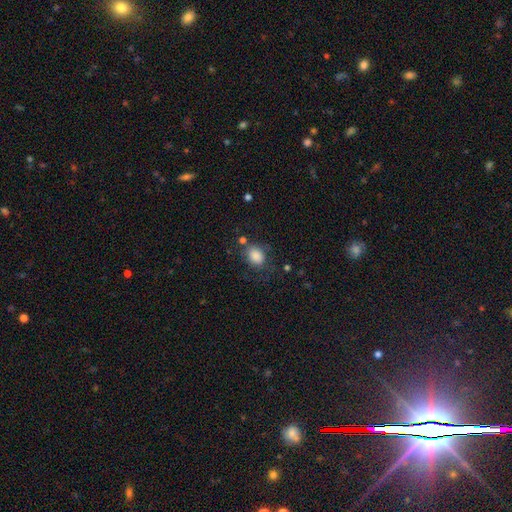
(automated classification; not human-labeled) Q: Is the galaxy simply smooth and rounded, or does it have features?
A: smooth — 84%.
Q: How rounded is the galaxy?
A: in between — 60%.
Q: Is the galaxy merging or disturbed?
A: none — 62%.